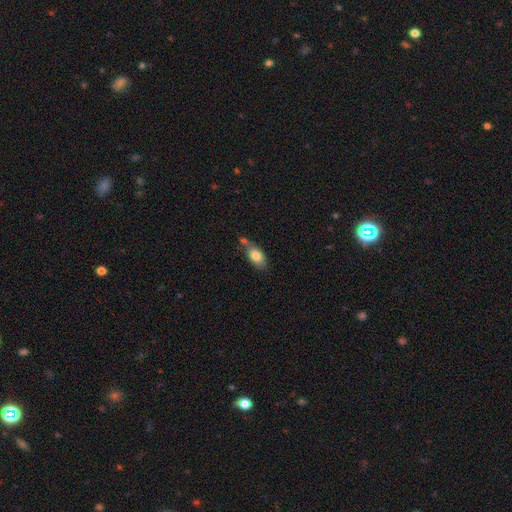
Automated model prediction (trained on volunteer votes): smooth-or-featured: smooth: 79% | featured or disk: 14% | star or artifact: 7%
  how-rounded: in between: 88% | round: 6% | cigar-shaped: 5%
  merging: none: 48% | merger: 26% | minor disturbance: 21% | major disturbance: 6%